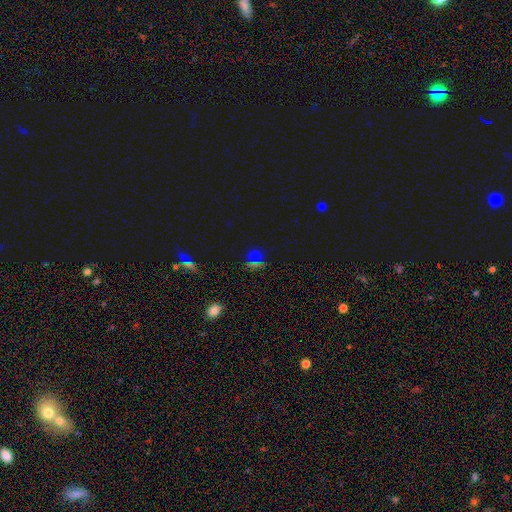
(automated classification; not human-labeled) smooth-or-featured: star or artifact: 55% | smooth: 37% | featured or disk: 8%